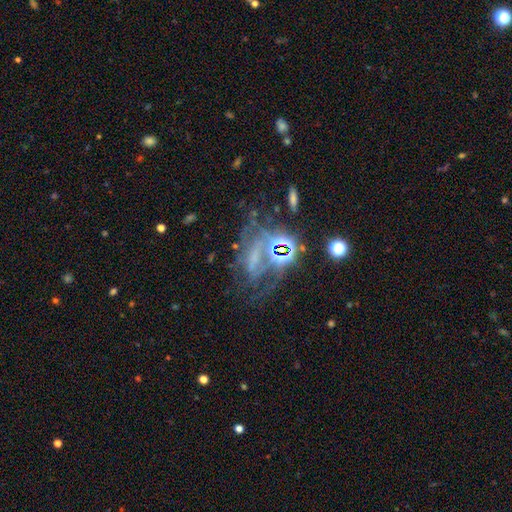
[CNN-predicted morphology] featured or disk 49%, star or artifact 37%, smooth 14%. Down the decision tree: merging — none (41%).